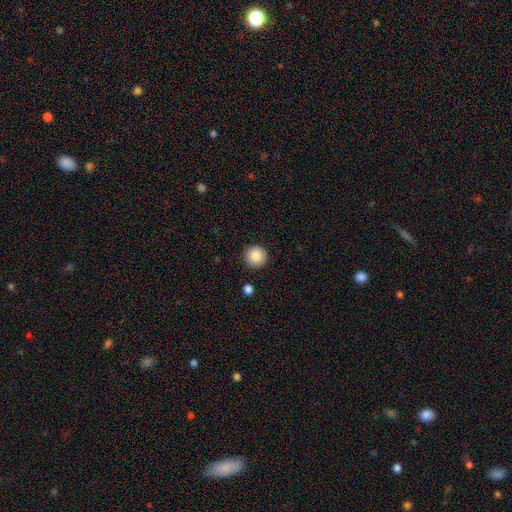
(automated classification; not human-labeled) Smooth or featured?
  - smooth: 87% *
  - star or artifact: 9%
  - featured or disk: 4%
How rounded?
  - round: 95% *
  - in between: 4%
  - cigar-shaped: 1%
Merging?
  - none: 91% *
  - minor disturbance: 6%
  - major disturbance: 2%
  - merger: 2%